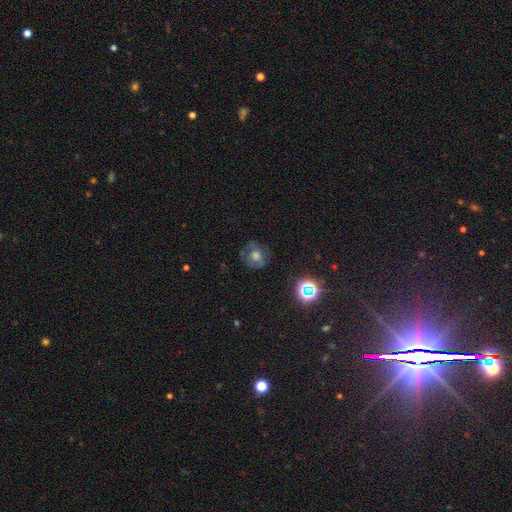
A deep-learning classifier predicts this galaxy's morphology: Smooth or featured: smooth — 45% (featured or disk — 35%)
Merging: none — 70% (minor disturbance — 18%)